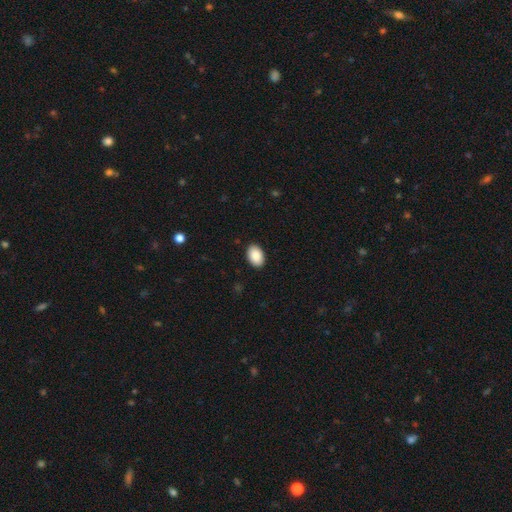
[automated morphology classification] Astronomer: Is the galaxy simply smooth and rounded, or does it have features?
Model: smooth — 90%.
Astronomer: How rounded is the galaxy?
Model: in between — 89%.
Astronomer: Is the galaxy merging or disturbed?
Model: none — 90%.